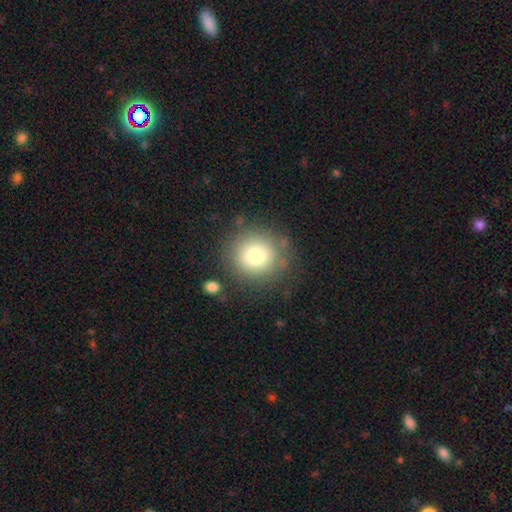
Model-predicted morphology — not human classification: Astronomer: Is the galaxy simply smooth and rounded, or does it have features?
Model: smooth — 77%.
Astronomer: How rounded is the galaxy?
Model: round — 94%.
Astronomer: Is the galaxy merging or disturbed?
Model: none — 81%.